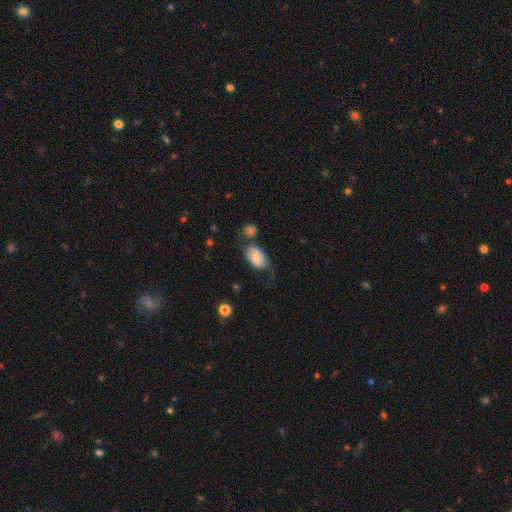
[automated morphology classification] Smooth or featured?
  - smooth: 68% *
  - featured or disk: 25%
  - star or artifact: 7%
How rounded?
  - in between: 90% *
  - round: 7%
  - cigar-shaped: 2%
Merging?
  - none: 44% *
  - minor disturbance: 25%
  - major disturbance: 16%
  - merger: 15%